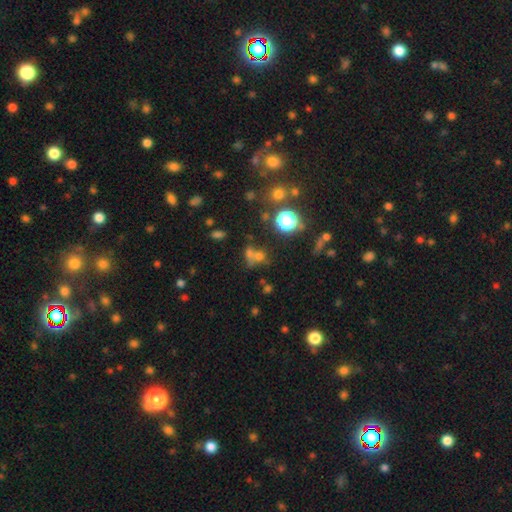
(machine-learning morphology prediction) The model was most divided on "merging": merger: 43%, none: 41%, minor disturbance: 10%, major disturbance: 7%. More confident: how rounded — round (71%); smooth or featured — smooth (58%).